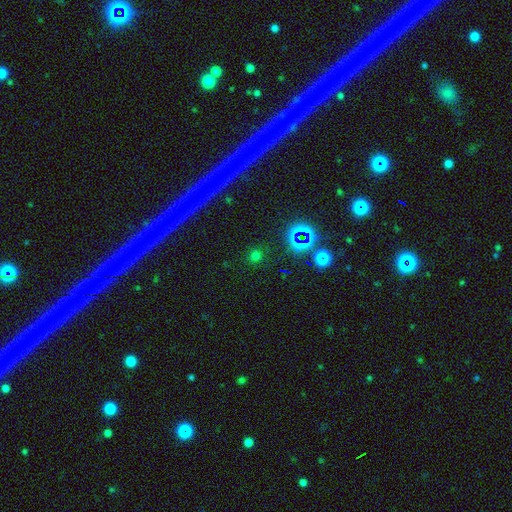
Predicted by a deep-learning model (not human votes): smooth-or-featured: smooth: 53% | star or artifact: 40% | featured or disk: 7%
  how-rounded: round: 89% | in between: 10% | cigar-shaped: 1%
  merging: none: 85% | minor disturbance: 8% | major disturbance: 4% | merger: 3%